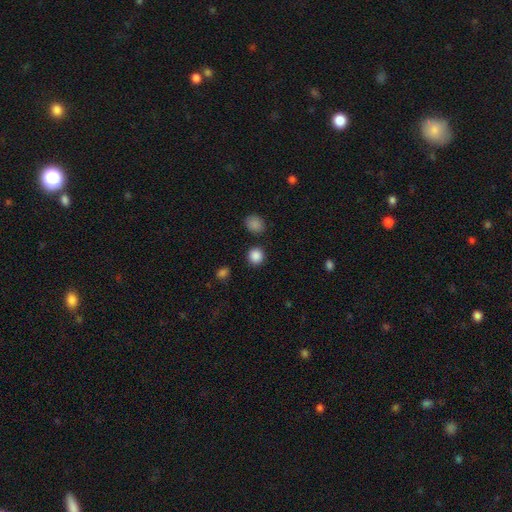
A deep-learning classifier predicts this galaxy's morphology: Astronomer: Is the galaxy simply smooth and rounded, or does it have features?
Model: smooth — 86%.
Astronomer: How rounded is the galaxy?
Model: round — 90%.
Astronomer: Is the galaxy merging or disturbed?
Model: none — 88%.